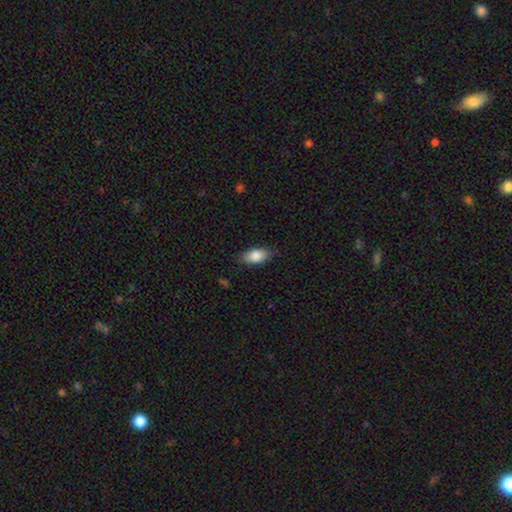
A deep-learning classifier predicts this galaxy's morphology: smooth 85%, featured or disk 9%, star or artifact 7%. Down the decision tree: how rounded — in between (90%); merging — none (81%).